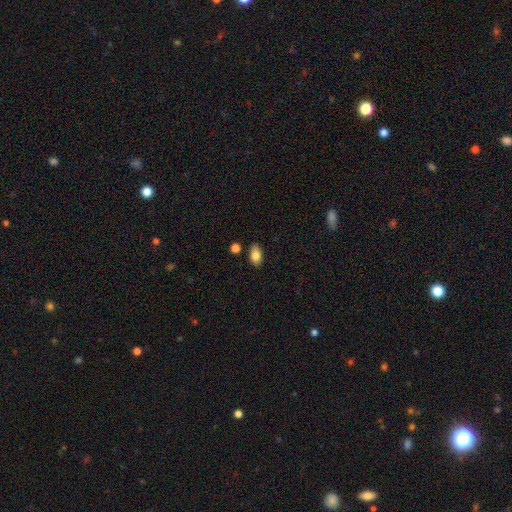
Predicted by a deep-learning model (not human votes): smooth 83%, featured or disk 9%, star or artifact 8%. Down the decision tree: how rounded — in between (89%); merging — none (81%).